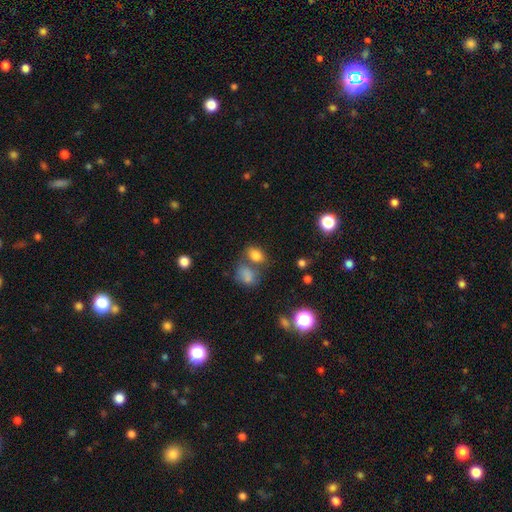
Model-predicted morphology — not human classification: Smooth or featured?
  - smooth: 77% *
  - star or artifact: 14%
  - featured or disk: 8%
How rounded?
  - in between: 73% *
  - round: 25%
  - cigar-shaped: 2%
Merging?
  - none: 49% *
  - merger: 32%
  - minor disturbance: 13%
  - major disturbance: 6%